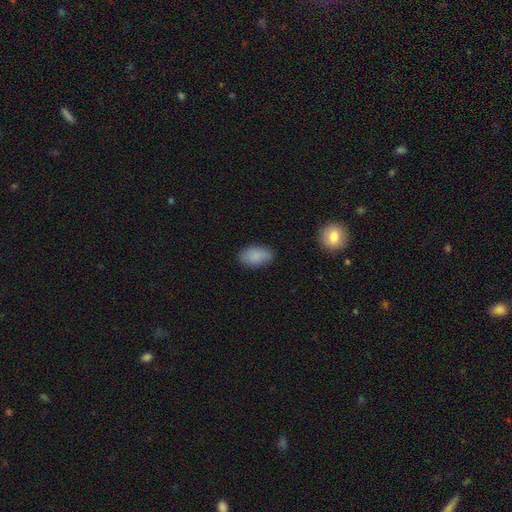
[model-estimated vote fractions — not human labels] smooth_or_featured: smooth (p=0.86) [alt: star or artifact p=0.07]
how_rounded: in between (p=0.93) [alt: round p=0.05]
merging: none (p=0.82) [alt: minor disturbance p=0.14]